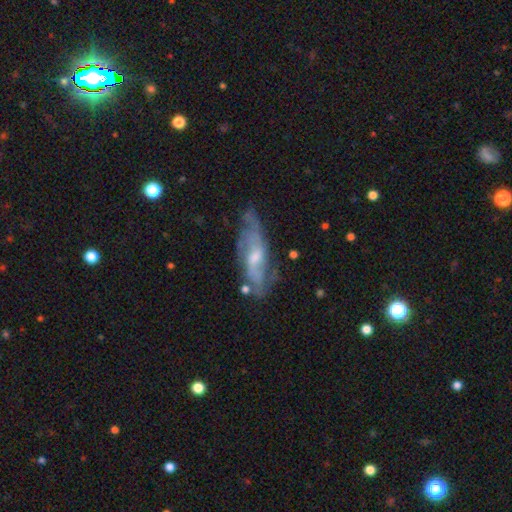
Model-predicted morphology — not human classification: This appears to be a featured or disk galaxy (75%) with no bar (48%), 2 (45%) medium (43%) spiral arms (84%) and a moderate central bulge (47%). Merging: none (63%).